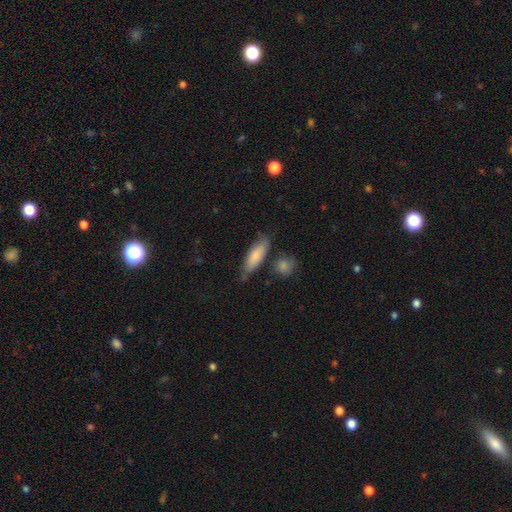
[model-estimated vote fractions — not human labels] Smooth or featured? smooth (81%)
How rounded? in between (54%)
Merging? none (70%)